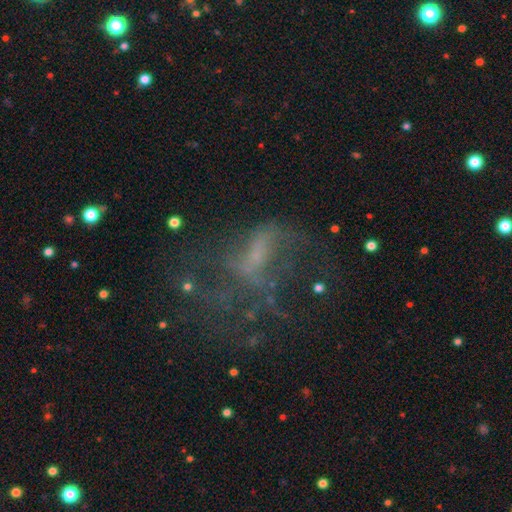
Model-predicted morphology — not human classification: This is possibly a featured or disk galaxy (52%). It is clearly not viewed edge-on (95%). Merging: marginally major disturbance (43%).